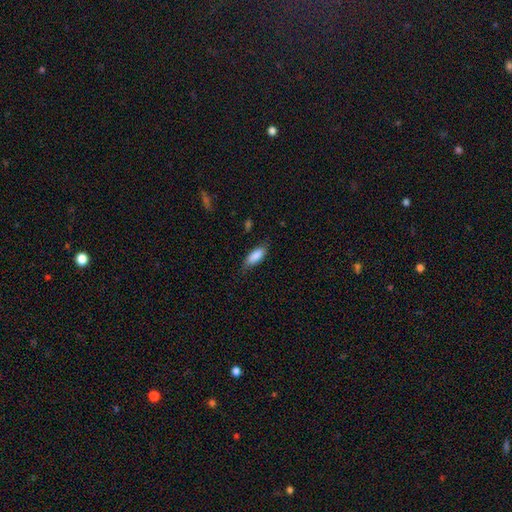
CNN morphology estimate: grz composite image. It shows a smooth galaxy with no disk features (87%) that is in between round and cigar-shaped (76%). Merging: none (74%).